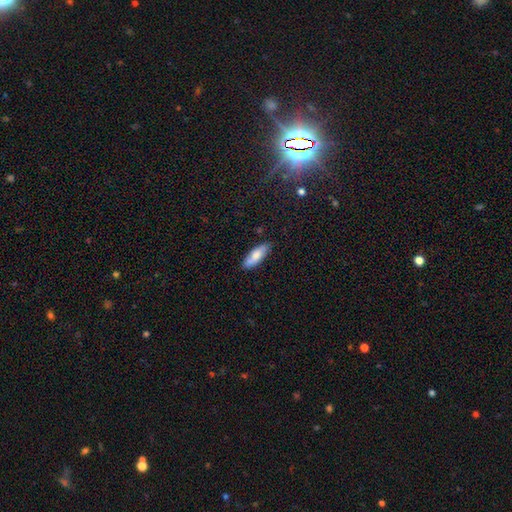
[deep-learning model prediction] This is likely a smooth galaxy (76%). How rounded: possibly in between (60%). Merging: clearly none (84%).